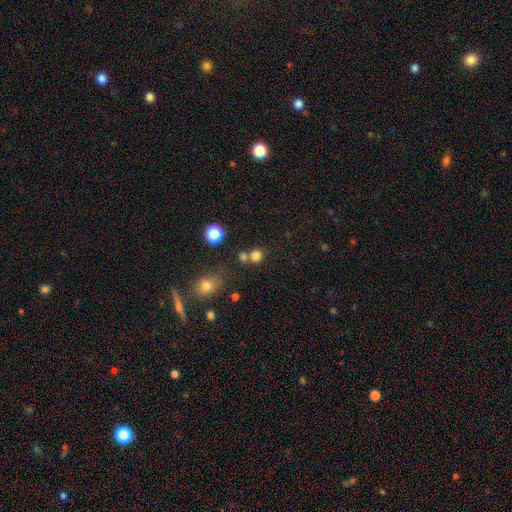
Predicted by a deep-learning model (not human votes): This appears to be a smooth galaxy with no disk features (78%) that is round (87%). Merging: none (61%).